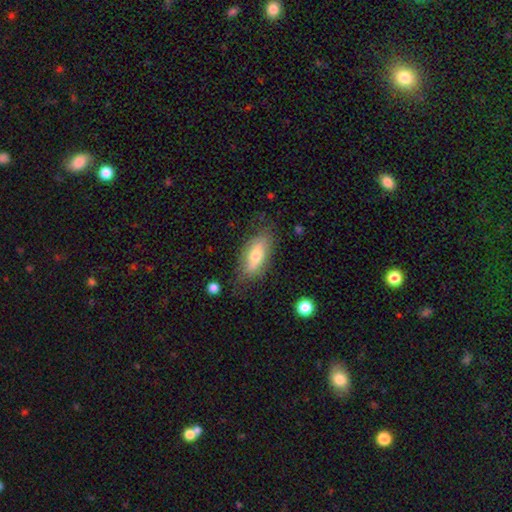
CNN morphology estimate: A smooth galaxy with no disk features (61%) that is in between round and cigar-shaped (79%). Merging: none (72%).